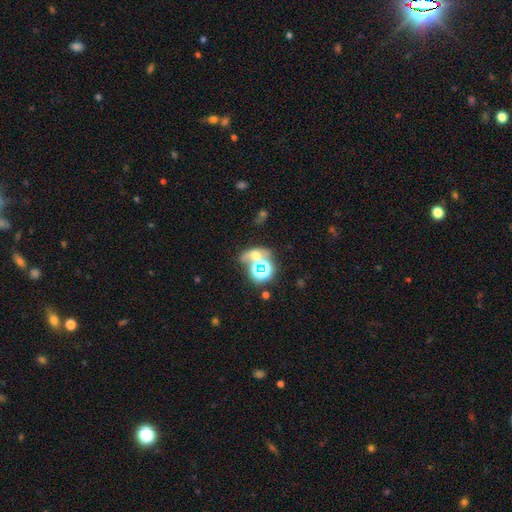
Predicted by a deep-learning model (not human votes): This appears to be a smooth galaxy with no disk features (41%). Merging: none (41%).